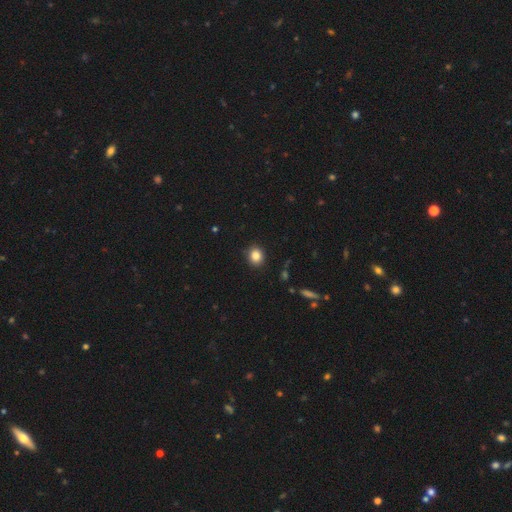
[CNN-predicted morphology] This appears to be a smooth galaxy with no disk features (84%) that is round (69%). Merging: none (90%).